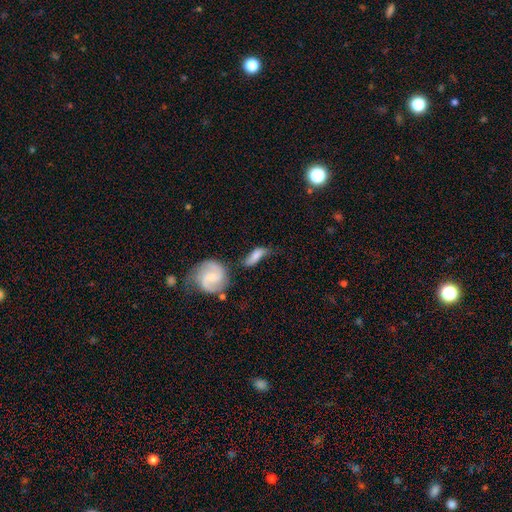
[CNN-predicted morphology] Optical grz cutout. It shows a smooth galaxy with no disk features (57%) that is in between round and cigar-shaped (64%). Merging: none (44%).